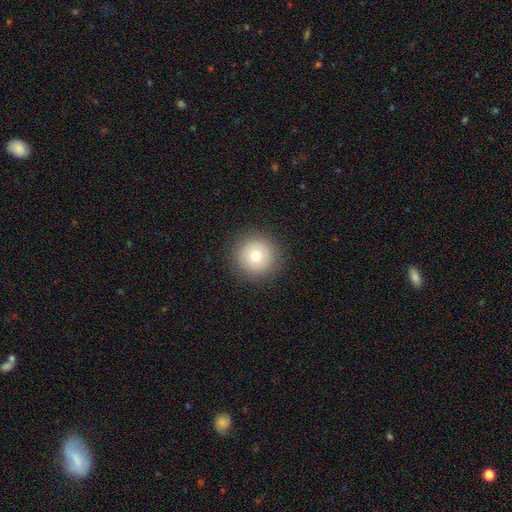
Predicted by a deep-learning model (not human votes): This appears to be a smooth galaxy with no disk features (75%) that is round (96%). Merging: none (91%).